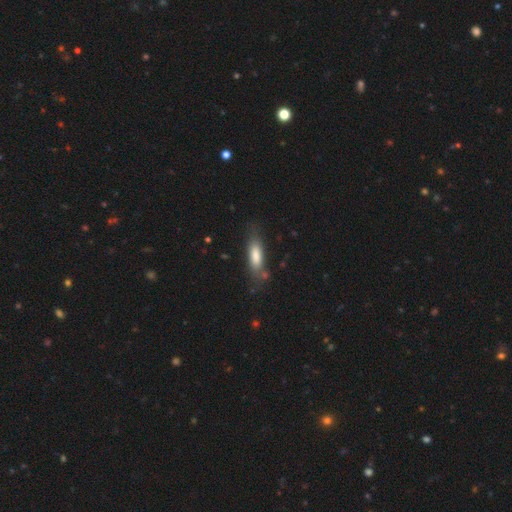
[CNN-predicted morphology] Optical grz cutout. It shows a smooth galaxy with no disk features (78%) that is in between round and cigar-shaped (55%). Merging: none (69%).